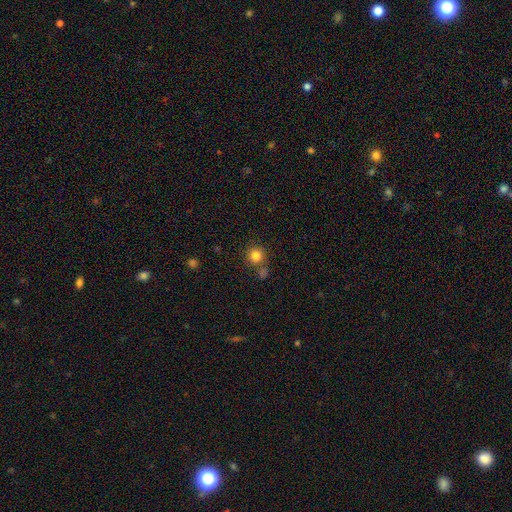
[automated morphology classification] Overall: smooth (82%). How rounded: round (92%). Merging: none (72%).